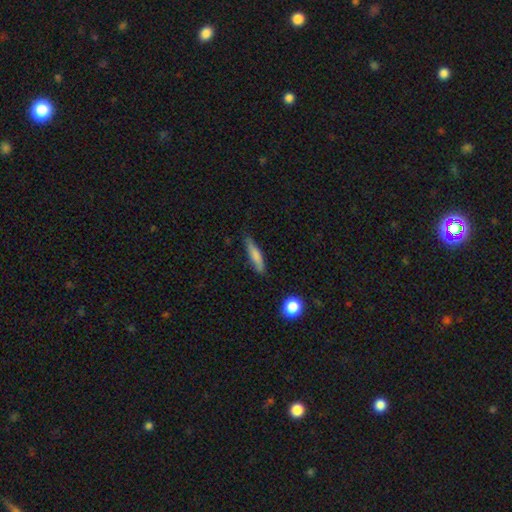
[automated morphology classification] This appears to be a smooth galaxy with no disk features (74%) that is cigar-shaped (83%). Merging: none (78%).